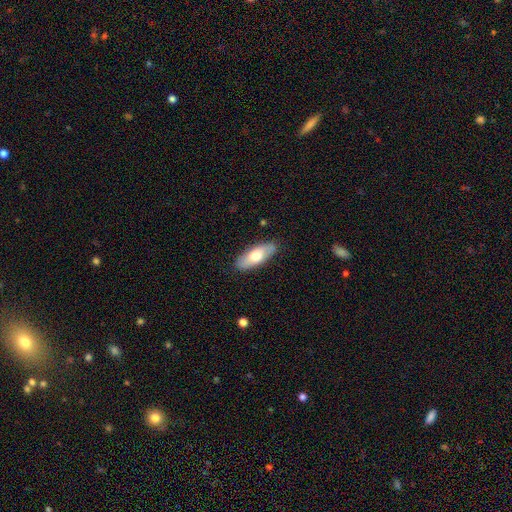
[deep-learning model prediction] Smooth or featured?
  - smooth: 67% *
  - featured or disk: 28%
  - star or artifact: 5%
How rounded?
  - in between: 70% *
  - cigar-shaped: 27%
  - round: 2%
Merging?
  - none: 87% *
  - minor disturbance: 10%
  - major disturbance: 2%
  - merger: 1%